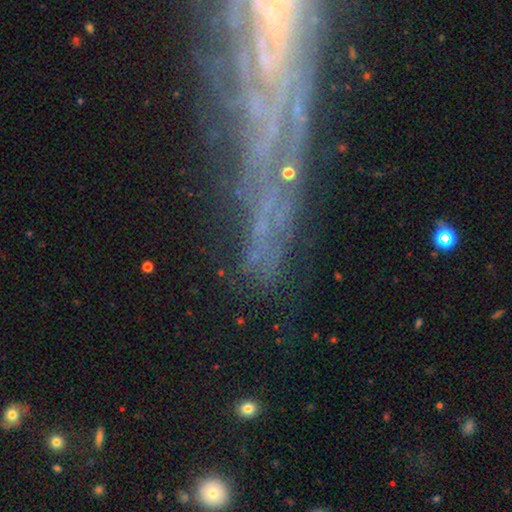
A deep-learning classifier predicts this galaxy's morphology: A featured or disk galaxy (51%). Merging: none (54%).